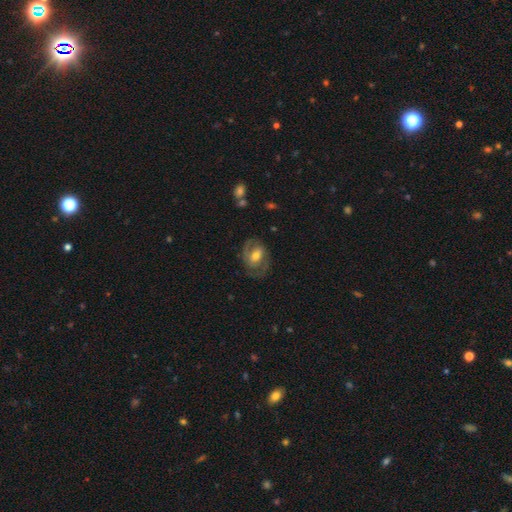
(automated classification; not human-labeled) This appears to be a featured or disk galaxy (72%) with a weak bar (44%), 2 (83%) medium (50%) spiral arms (85%) and a moderate central bulge (65%). Merging: none (72%).